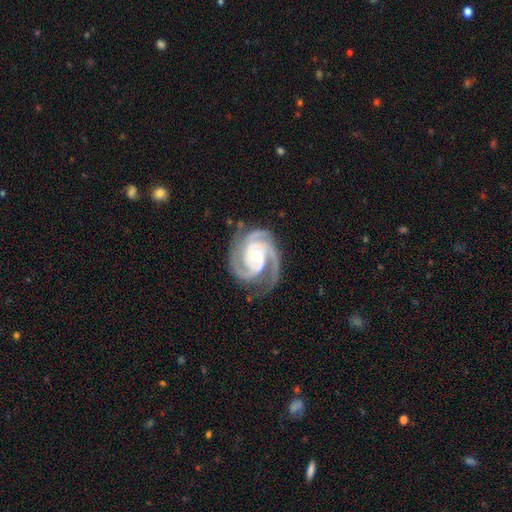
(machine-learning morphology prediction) Q: Smooth or featured?
A: featured or disk (94%); runner-up: star or artifact (3%)
Q: Edge-on disk?
A: no (98%); runner-up: yes (2%)
Q: Bar?
A: no (49%); runner-up: weak (36%)
Q: Spiral arms?
A: yes (99%); runner-up: no (1%)
Q: Spiral winding?
A: tight (61%); runner-up: medium (35%)
Q: Spiral arm count?
A: 3 (49%); runner-up: 2 (31%)
Q: Bulge size?
A: moderate (56%); runner-up: small (40%)
Q: Merging?
A: none (73%); runner-up: minor disturbance (18%)